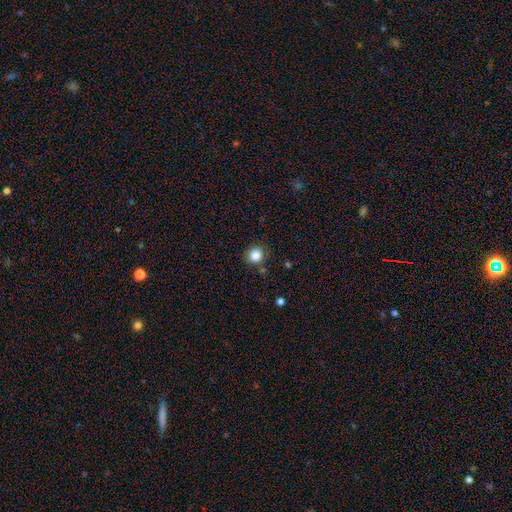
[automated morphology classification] smooth_or_featured: smooth (p=0.83) [alt: star or artifact p=0.12]
how_rounded: round (p=0.85) [alt: in between p=0.14]
merging: none (p=0.85) [alt: minor disturbance p=0.10]